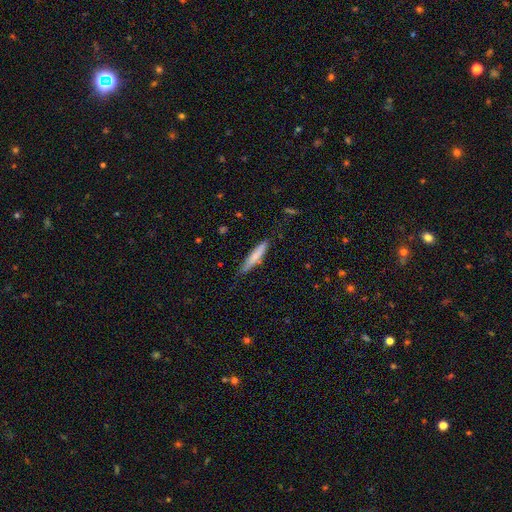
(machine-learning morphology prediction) smooth-or-featured: smooth: 71% | featured or disk: 23% | star or artifact: 6%
  how-rounded: cigar-shaped: 89% | in between: 10% | round: 1%
  merging: none: 76% | minor disturbance: 19% | major disturbance: 3% | merger: 2%